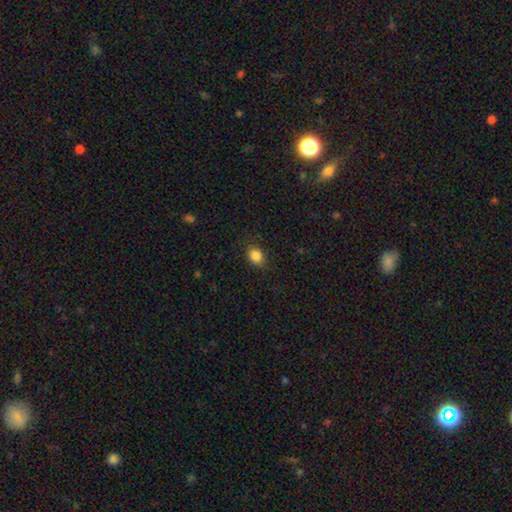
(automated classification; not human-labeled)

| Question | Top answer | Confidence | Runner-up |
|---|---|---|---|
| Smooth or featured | smooth | 86% | star or artifact (10%) |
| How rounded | in between | 54% | round (45%) |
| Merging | none | 85% | minor disturbance (11%) |